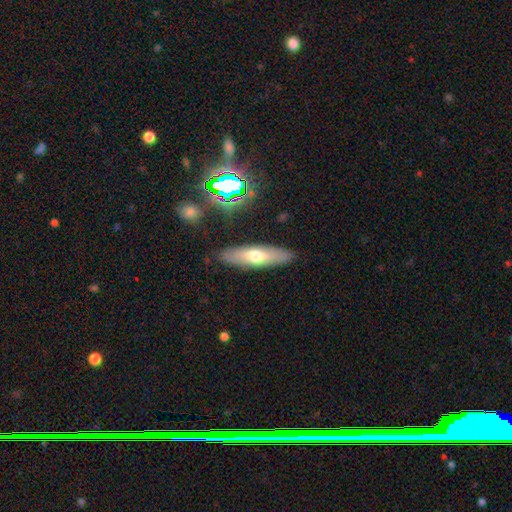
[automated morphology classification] Overall: smooth (54%; featured or disk 38%). How rounded: cigar-shaped (65%; in between 33%). Merging: none (88%).